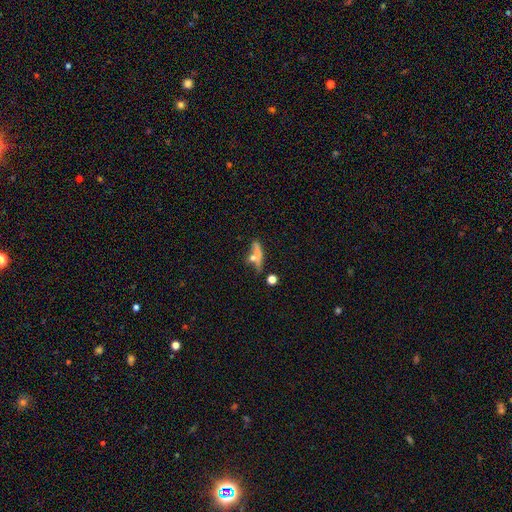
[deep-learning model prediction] smooth 58%, featured or disk 29%, star or artifact 13%. Down the decision tree: how rounded — cigar-shaped (56%); merging — none (46%).